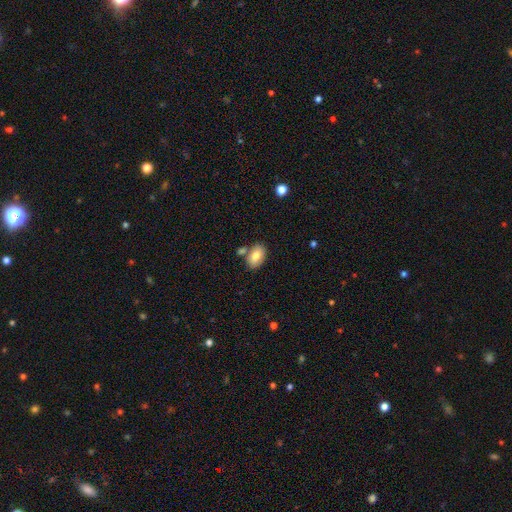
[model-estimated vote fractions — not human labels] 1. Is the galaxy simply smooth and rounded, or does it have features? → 80% smooth, 13% featured or disk, 7% star or artifact.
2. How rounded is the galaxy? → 88% in between, 10% round, 1% cigar-shaped.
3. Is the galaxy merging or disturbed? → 69% none, 15% merger, 13% minor disturbance, 3% major disturbance.